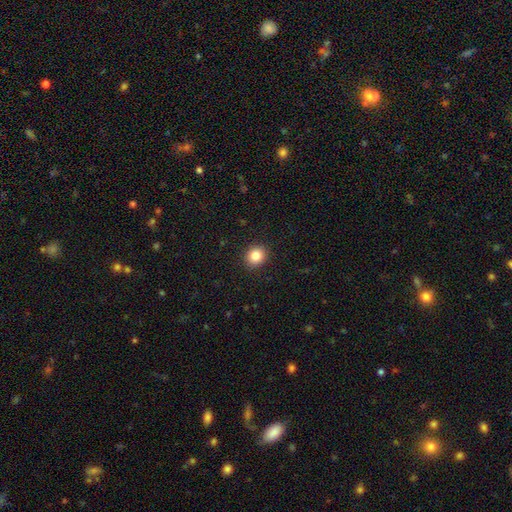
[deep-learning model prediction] Overall: smooth (85%). How rounded: round (81%). Merging: none (91%).